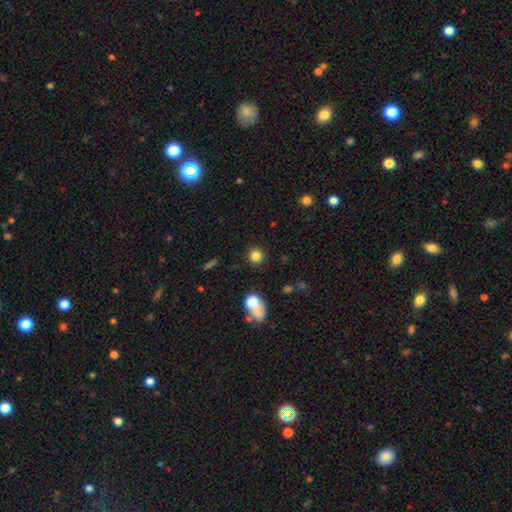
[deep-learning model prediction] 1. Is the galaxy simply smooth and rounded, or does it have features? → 83% smooth, 12% star or artifact, 5% featured or disk.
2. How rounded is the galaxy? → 89% round, 10% in between, 1% cigar-shaped.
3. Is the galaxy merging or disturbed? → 86% none, 8% minor disturbance, 3% major disturbance, 3% merger.